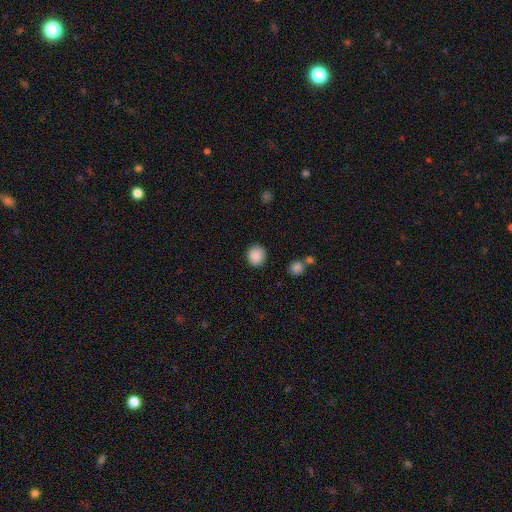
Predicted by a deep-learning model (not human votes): Smooth or featured: smooth — 88% (star or artifact — 8%)
How rounded: round — 84% (in between — 15%)
Merging: none — 89% (minor disturbance — 7%)